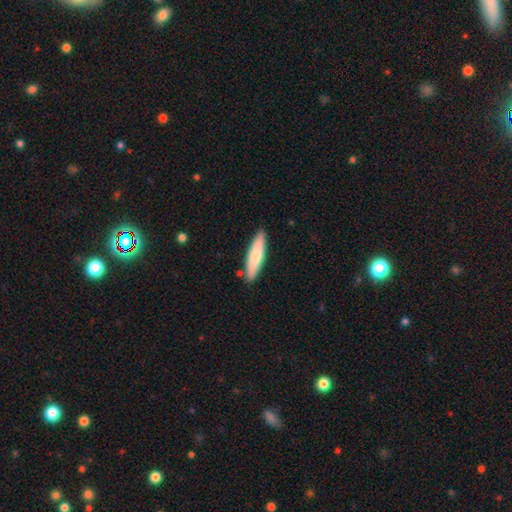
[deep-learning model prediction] The model was most divided on "how rounded": cigar-shaped: 72%, in between: 26%, round: 1%. More confident: merging — none (87%); smooth or featured — smooth (76%).